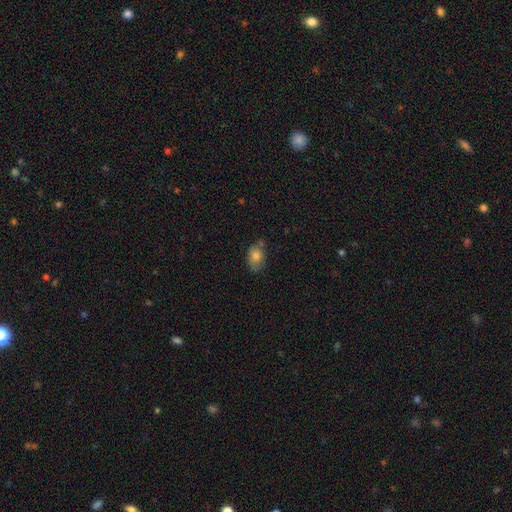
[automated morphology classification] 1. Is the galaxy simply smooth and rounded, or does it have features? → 79% smooth, 11% featured or disk, 10% star or artifact.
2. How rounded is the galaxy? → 81% in between, 18% round, 2% cigar-shaped.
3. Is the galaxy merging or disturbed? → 59% none, 27% minor disturbance, 8% merger, 6% major disturbance.